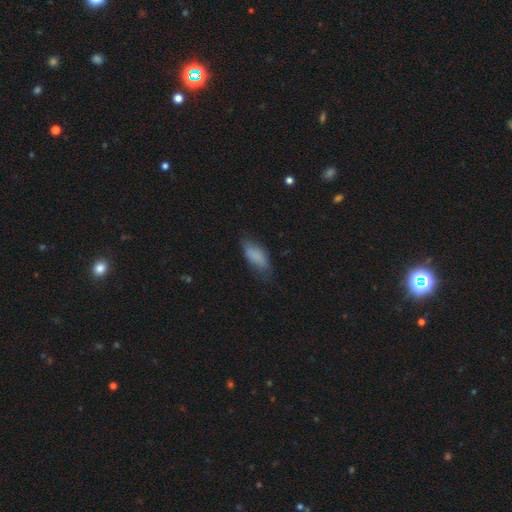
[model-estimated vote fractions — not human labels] A smooth galaxy with no disk features (81%) that is in between round and cigar-shaped (82%).

Vote fractions:
- Smooth or featured? smooth: 81% / featured or disk: 12% / star or artifact: 8%
- How rounded? in between: 82% / cigar-shaped: 15% / round: 3%
- Merging? none: 57% / minor disturbance: 31% / major disturbance: 11% / merger: 2%